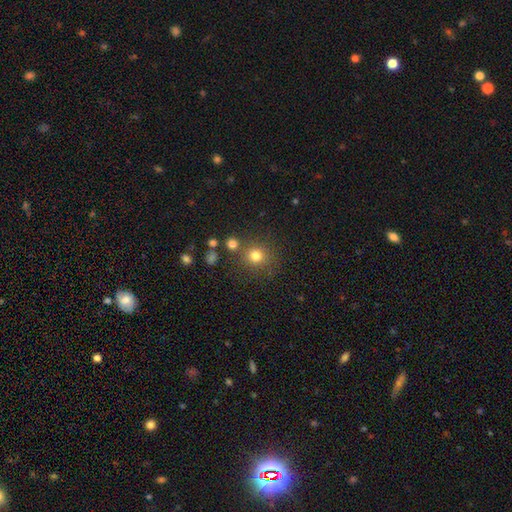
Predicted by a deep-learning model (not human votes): Smooth or featured? Predicted: smooth (p=0.78). How rounded? Predicted: round (p=0.90). Merging? Predicted: none (p=0.77).